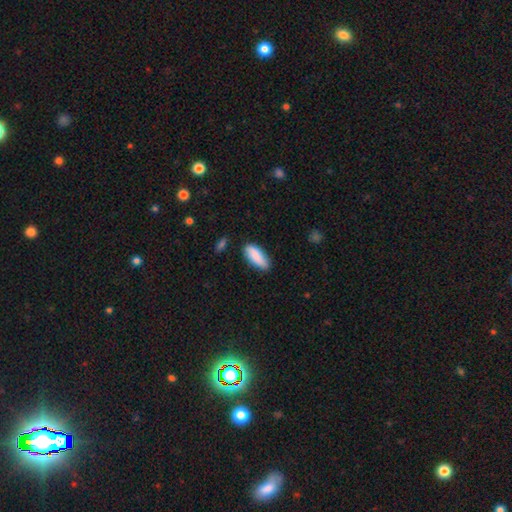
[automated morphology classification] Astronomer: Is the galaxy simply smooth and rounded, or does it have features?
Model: smooth — 87%.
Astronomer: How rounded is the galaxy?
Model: in between — 74%.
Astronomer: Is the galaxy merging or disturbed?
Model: none — 78%.